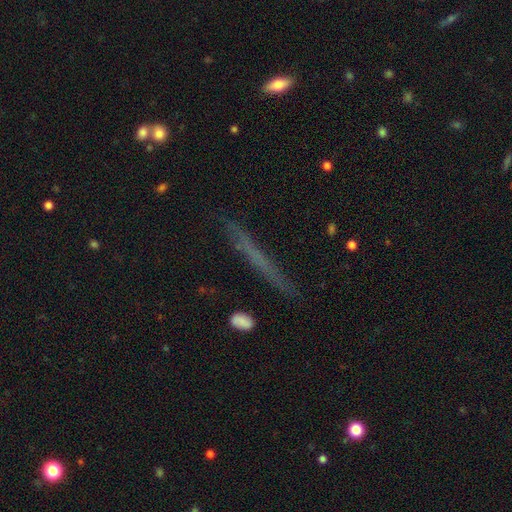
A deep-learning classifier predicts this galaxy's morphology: This is marginally a featured or disk galaxy (44%). Merging: clearly none (84%).